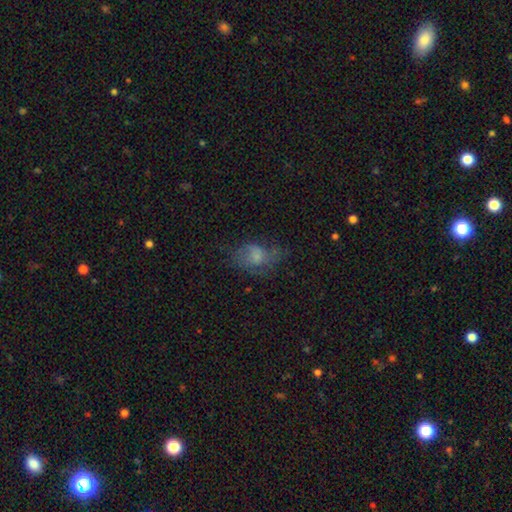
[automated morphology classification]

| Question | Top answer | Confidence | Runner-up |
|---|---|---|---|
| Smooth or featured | smooth | 51% | featured or disk (36%) |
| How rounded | in between | 75% | round (23%) |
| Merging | none | 37% | major disturbance (34%) |